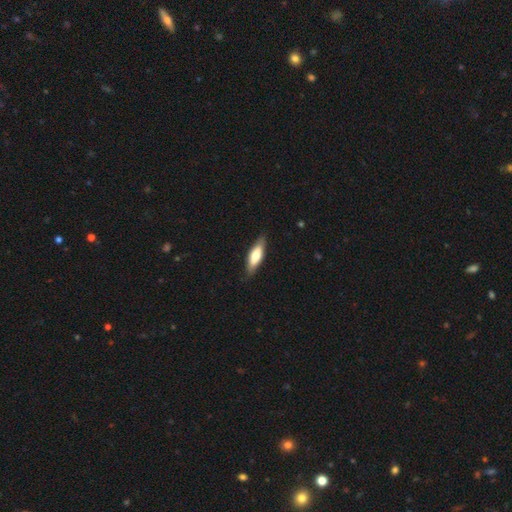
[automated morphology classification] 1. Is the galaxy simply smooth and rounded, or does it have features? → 65% smooth, 30% featured or disk, 5% star or artifact.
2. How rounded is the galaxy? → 50% cigar-shaped, 48% in between, 2% round.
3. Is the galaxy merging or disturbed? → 84% none, 13% minor disturbance, 2% major disturbance, 1% merger.